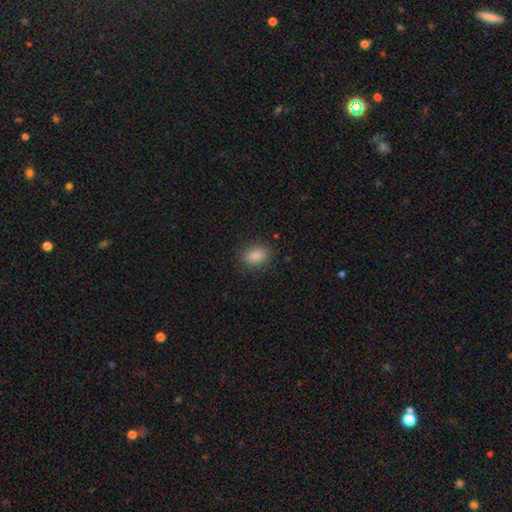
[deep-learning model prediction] The model was most divided on "how rounded": in between: 76%, round: 23%, cigar-shaped: 2%. More confident: smooth or featured — smooth (87%); merging — none (86%).